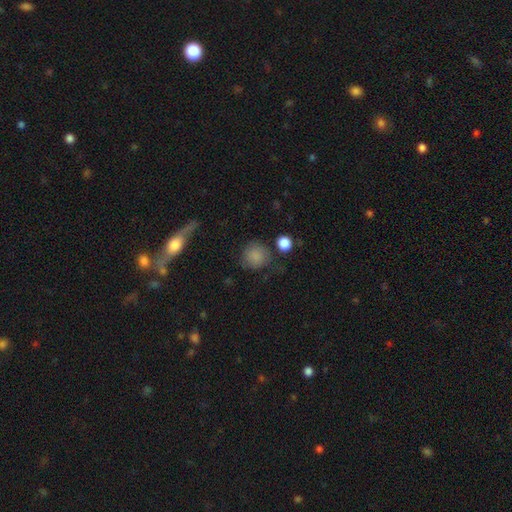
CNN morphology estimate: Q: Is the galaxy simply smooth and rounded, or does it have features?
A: smooth — 84%.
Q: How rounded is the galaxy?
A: round — 89%.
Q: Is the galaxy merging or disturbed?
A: none — 70%.